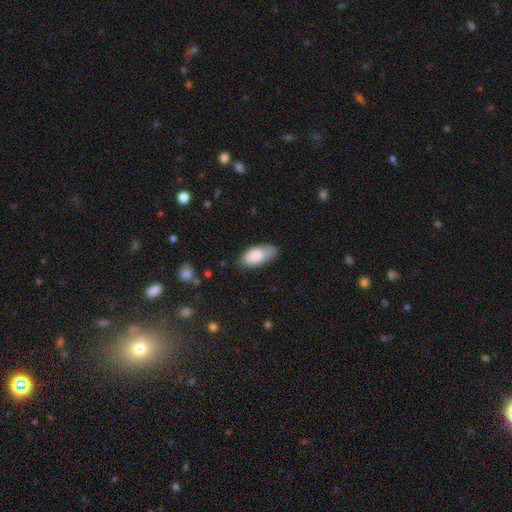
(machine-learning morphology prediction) Q: Smooth or featured?
A: smooth (81%); runner-up: featured or disk (12%)
Q: How rounded?
A: in between (91%); runner-up: cigar-shaped (6%)
Q: Merging?
A: none (65%); runner-up: minor disturbance (27%)